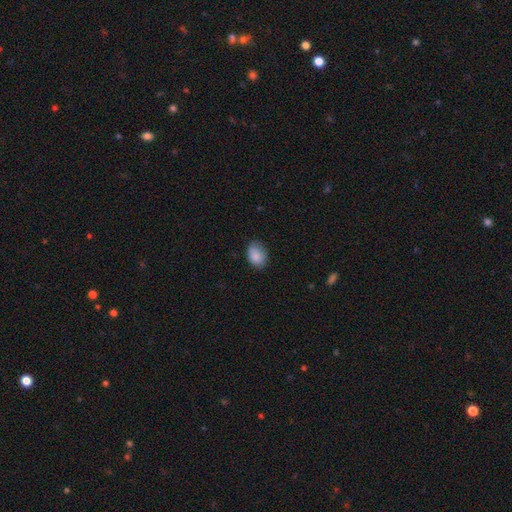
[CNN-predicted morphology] This appears to be a smooth galaxy with no disk features (87%) that is in between round and cigar-shaped (79%). Merging: none (72%).